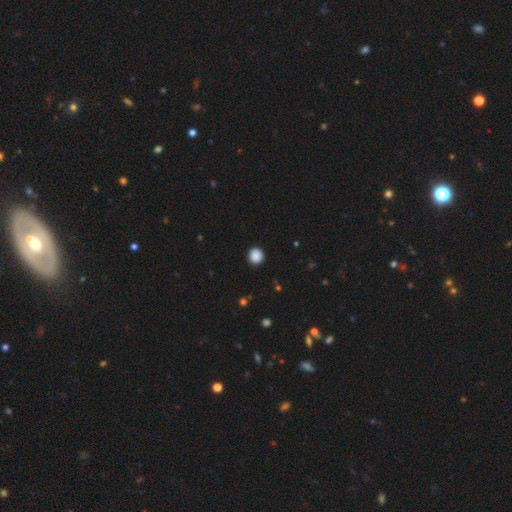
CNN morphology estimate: This is clearly a smooth galaxy (88%). How rounded: clearly round (90%). Merging: clearly none (92%).